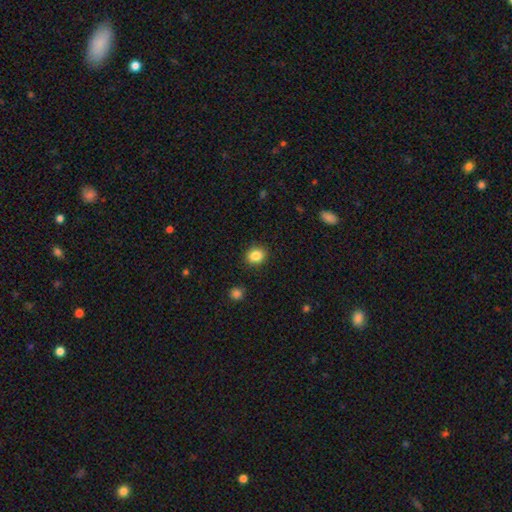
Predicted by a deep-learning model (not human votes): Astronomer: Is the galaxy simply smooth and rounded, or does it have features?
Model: smooth — 85%.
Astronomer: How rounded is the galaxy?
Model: round — 63%.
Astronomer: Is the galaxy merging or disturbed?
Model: none — 89%.